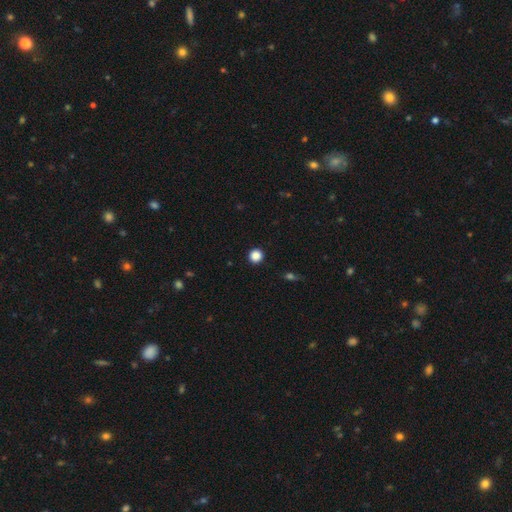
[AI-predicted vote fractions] The model was most divided on "smooth or featured": smooth: 87%, star or artifact: 11%, featured or disk: 3%. More confident: how rounded — round (95%); merging — none (93%).